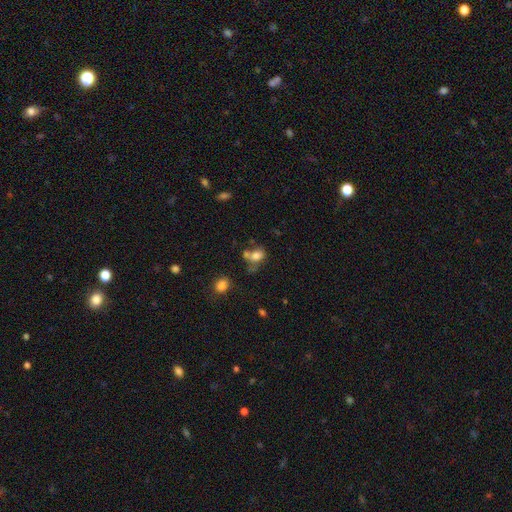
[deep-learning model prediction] The model was most divided on "merging": none: 40%, merger: 31%, minor disturbance: 18%, major disturbance: 11%. More confident: smooth or featured — smooth (75%); how rounded — in between (64%).